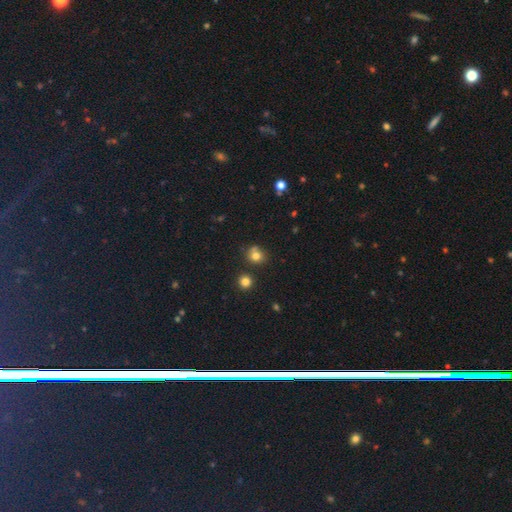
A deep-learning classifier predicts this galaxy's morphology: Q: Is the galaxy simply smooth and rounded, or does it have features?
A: smooth — 76%.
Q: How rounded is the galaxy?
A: round — 81%.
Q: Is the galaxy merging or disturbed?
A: none — 63%.